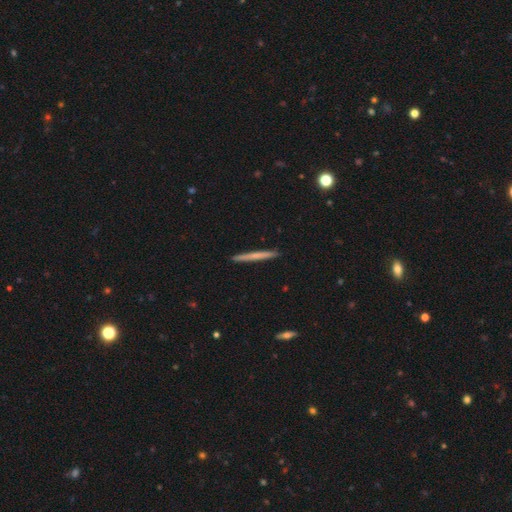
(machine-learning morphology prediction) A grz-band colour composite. It shows a smooth galaxy with no disk features (59%) that is cigar-shaped (97%). Merging: none (93%).